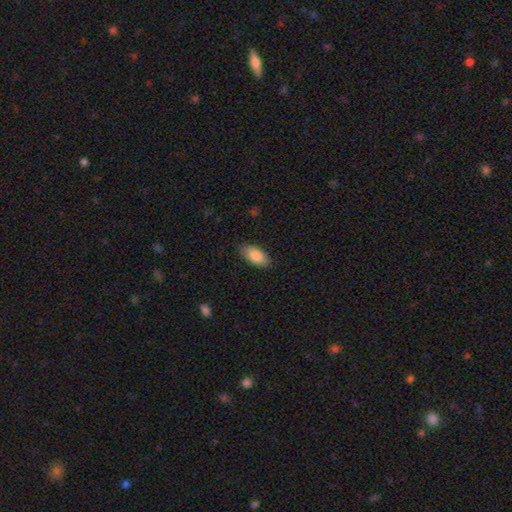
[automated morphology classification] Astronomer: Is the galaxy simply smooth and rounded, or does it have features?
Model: smooth — 85%.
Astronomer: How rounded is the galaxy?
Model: in between — 91%.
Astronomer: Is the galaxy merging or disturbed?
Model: none — 86%.